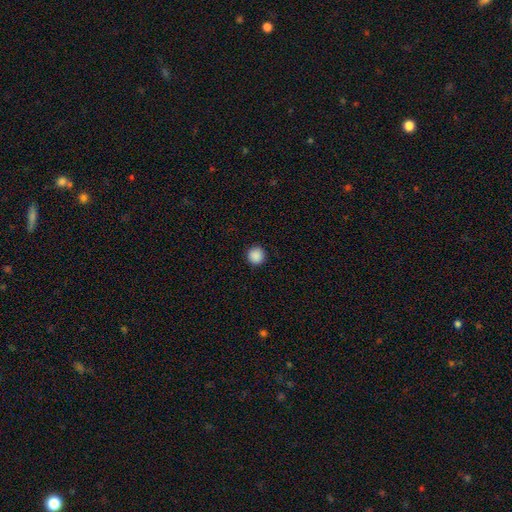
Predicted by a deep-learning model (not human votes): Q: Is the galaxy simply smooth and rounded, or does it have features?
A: smooth — 89%.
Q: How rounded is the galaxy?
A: round — 95%.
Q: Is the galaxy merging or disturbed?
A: none — 93%.